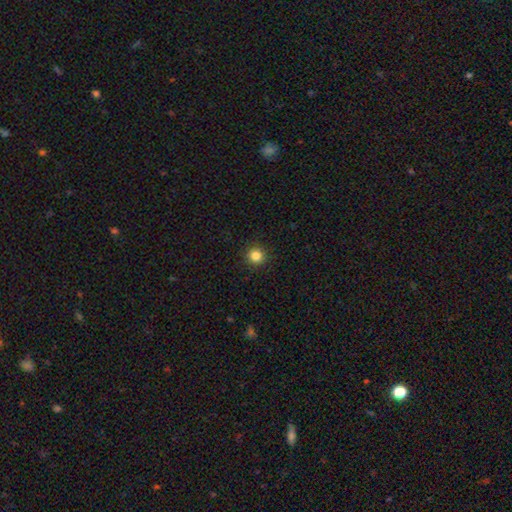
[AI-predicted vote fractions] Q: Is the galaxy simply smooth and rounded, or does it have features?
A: smooth — 84%.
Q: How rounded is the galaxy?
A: round — 95%.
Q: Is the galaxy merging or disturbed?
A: none — 92%.